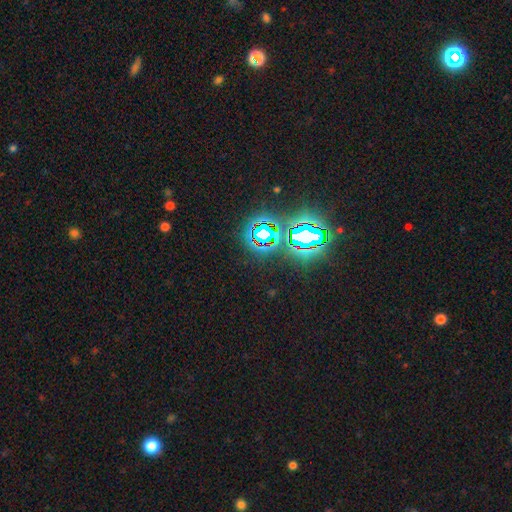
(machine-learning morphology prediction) smooth_or_featured: star or artifact (p=0.80) [alt: smooth p=0.13]